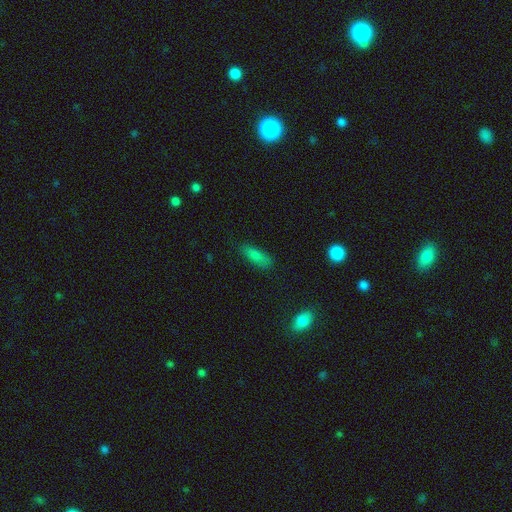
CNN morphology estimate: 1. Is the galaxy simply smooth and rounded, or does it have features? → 81% smooth, 10% star or artifact, 9% featured or disk.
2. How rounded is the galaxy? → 63% in between, 34% cigar-shaped, 2% round.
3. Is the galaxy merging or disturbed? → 79% none, 16% minor disturbance, 4% major disturbance, 2% merger.